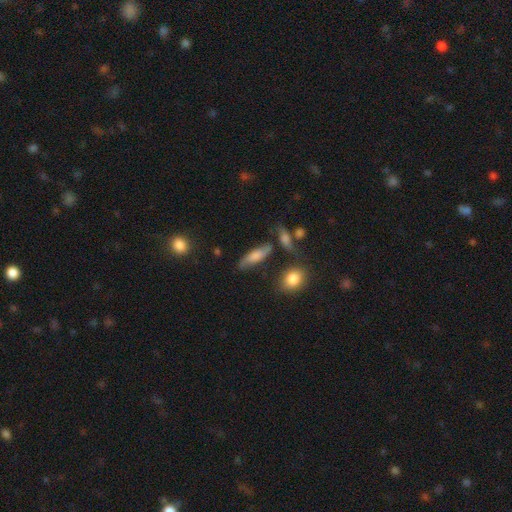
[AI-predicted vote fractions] smooth_or_featured: smooth (p=0.59) [alt: featured or disk p=0.32]
how_rounded: in between (p=0.51) [alt: cigar-shaped p=0.44]
merging: none (p=0.63) [alt: minor disturbance p=0.21]